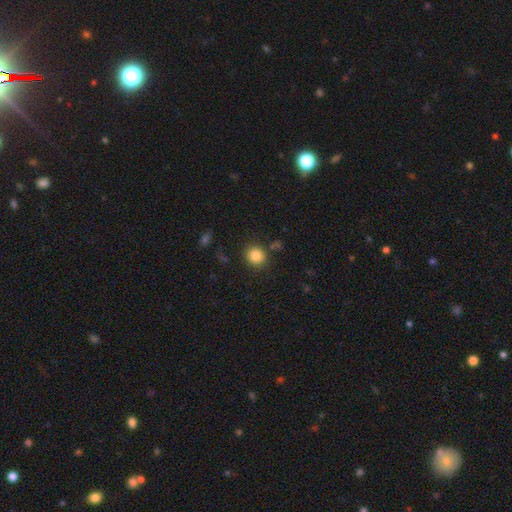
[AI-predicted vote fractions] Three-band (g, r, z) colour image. It shows a smooth galaxy with no disk features (84%) that is round (86%). Merging: none (85%).